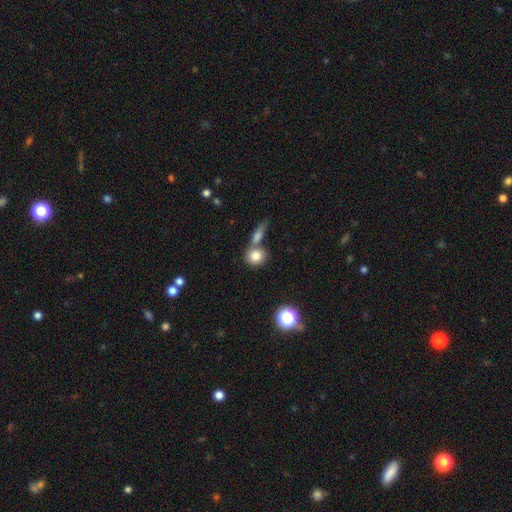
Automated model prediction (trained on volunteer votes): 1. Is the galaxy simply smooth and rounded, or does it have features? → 80% smooth, 11% featured or disk, 9% star or artifact.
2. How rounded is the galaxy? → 73% round, 24% in between, 3% cigar-shaped.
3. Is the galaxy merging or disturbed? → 51% none, 36% merger, 9% minor disturbance, 4% major disturbance.